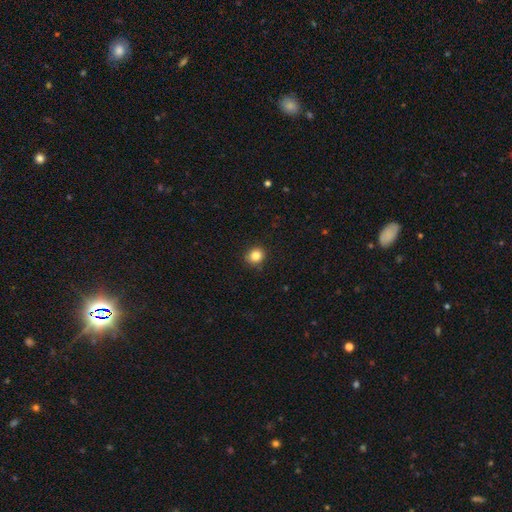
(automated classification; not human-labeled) A smooth galaxy with no disk features (84%) that is round (80%).

Vote fractions:
- Smooth or featured? smooth: 84% / star or artifact: 11% / featured or disk: 5%
- How rounded? round: 80% / in between: 19% / cigar-shaped: 1%
- Merging? none: 87% / minor disturbance: 10% / major disturbance: 2% / merger: 1%